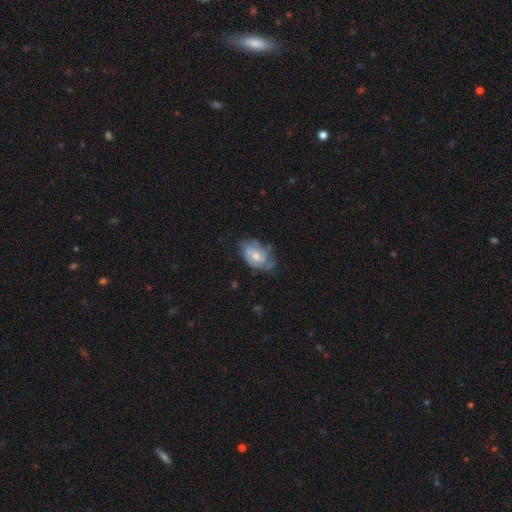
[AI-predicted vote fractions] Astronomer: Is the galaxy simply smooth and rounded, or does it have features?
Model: featured or disk — 65%.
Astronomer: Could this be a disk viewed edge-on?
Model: no — 96%.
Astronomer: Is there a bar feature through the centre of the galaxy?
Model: no — 64%.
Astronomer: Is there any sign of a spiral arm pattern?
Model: yes — 81%.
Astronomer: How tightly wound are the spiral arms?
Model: tight — 47% (runner-up: medium, 38%).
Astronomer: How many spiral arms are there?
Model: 2 — 41% (runner-up: can't tell, 35%).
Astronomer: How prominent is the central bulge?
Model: moderate — 58%.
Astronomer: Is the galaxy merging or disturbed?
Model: none — 50% (runner-up: minor disturbance, 32%).